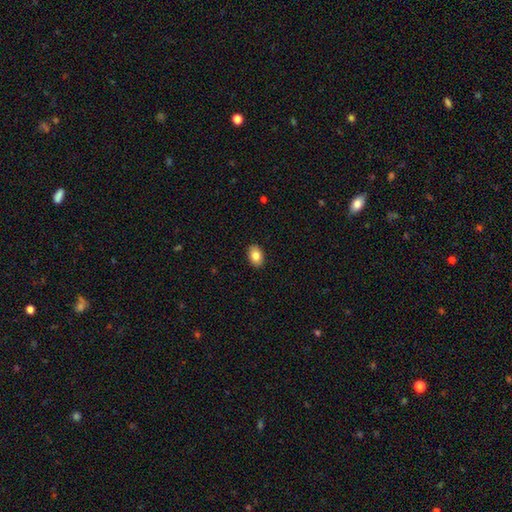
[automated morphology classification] This is clearly a smooth galaxy (83%). How rounded: likely in between (79%). Merging: clearly none (91%).